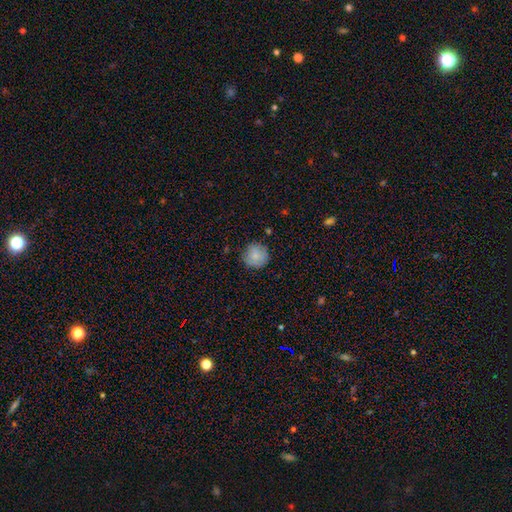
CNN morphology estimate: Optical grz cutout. It shows a smooth galaxy with no disk features (82%) that is round (94%). Merging: none (81%).